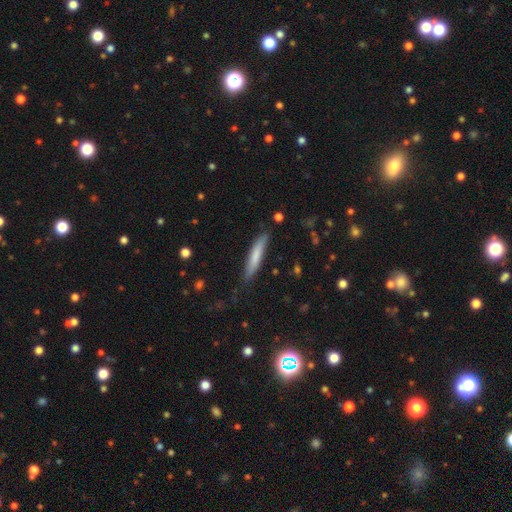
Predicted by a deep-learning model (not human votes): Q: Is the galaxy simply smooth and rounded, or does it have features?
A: smooth — 73%.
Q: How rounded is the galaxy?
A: cigar-shaped — 89%.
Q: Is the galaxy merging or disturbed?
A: none — 78%.